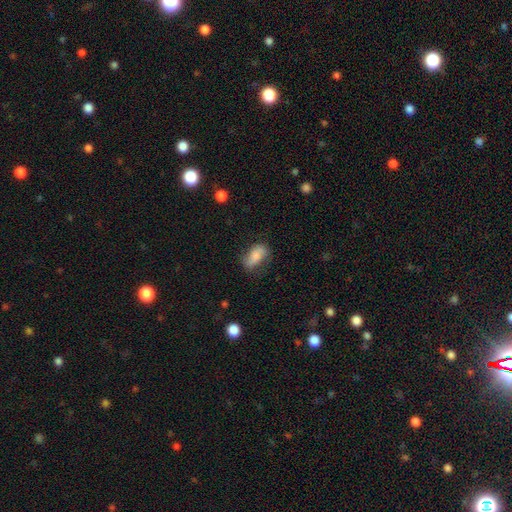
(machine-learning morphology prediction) Overall: smooth (71%). How rounded: in between (88%). Merging: none (67%).